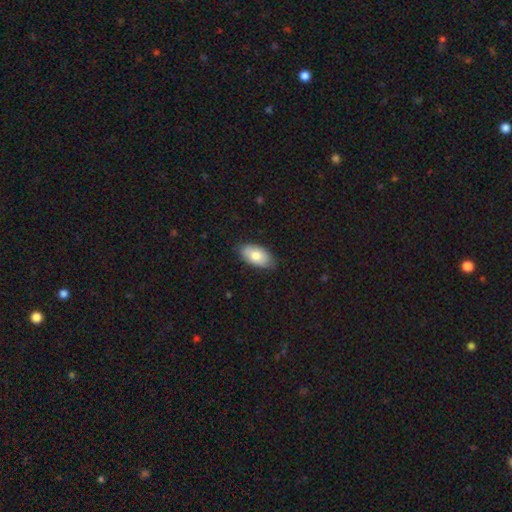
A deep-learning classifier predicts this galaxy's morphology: Smooth or featured?
  - smooth: 78% *
  - featured or disk: 16%
  - star or artifact: 6%
How rounded?
  - in between: 94% *
  - round: 3%
  - cigar-shaped: 2%
Merging?
  - none: 80% *
  - minor disturbance: 16%
  - major disturbance: 2%
  - merger: 1%